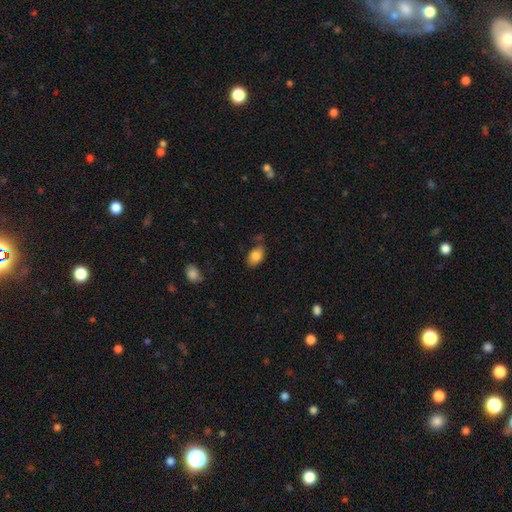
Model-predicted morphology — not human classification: A smooth galaxy with no disk features (84%) that is in between round and cigar-shaped (89%).

Vote fractions:
- Smooth or featured? smooth: 84% / featured or disk: 8% / star or artifact: 8%
- How rounded? in between: 89% / round: 9% / cigar-shaped: 2%
- Merging? none: 67% / minor disturbance: 22% / major disturbance: 6% / merger: 5%